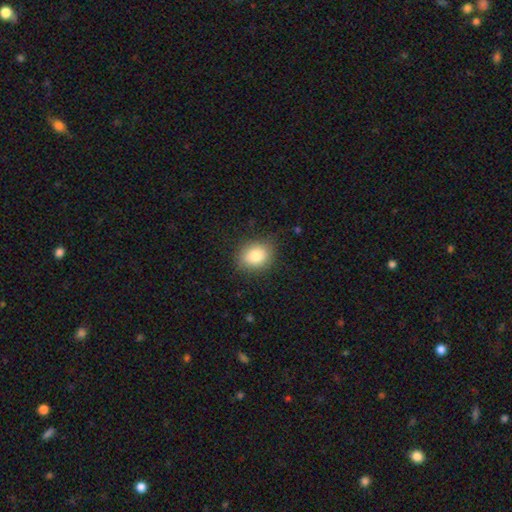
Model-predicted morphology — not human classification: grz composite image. It shows a smooth galaxy with no disk features (83%) that is round (53%). Merging: none (83%).